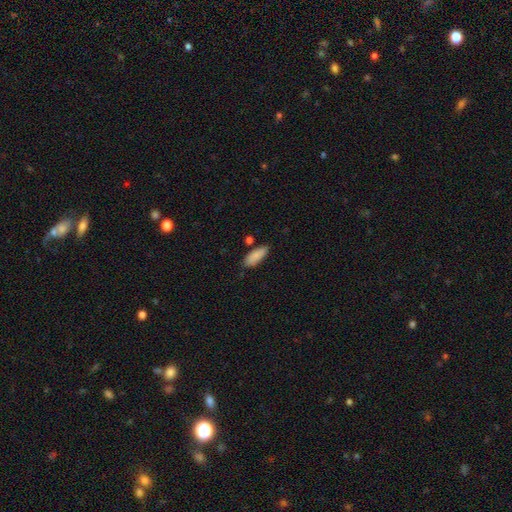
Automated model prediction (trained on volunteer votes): smooth-or-featured: smooth: 88% | star or artifact: 6% | featured or disk: 6%
  how-rounded: in between: 73% | cigar-shaped: 25% | round: 2%
  merging: none: 79% | minor disturbance: 14% | merger: 4% | major disturbance: 3%